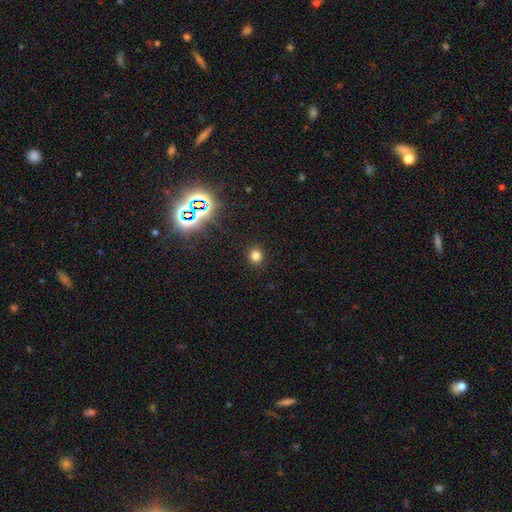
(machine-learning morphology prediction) smooth-or-featured: smooth: 77% | star or artifact: 18% | featured or disk: 5%
  how-rounded: round: 85% | in between: 14% | cigar-shaped: 1%
  merging: none: 91% | minor disturbance: 5% | major disturbance: 2% | merger: 1%